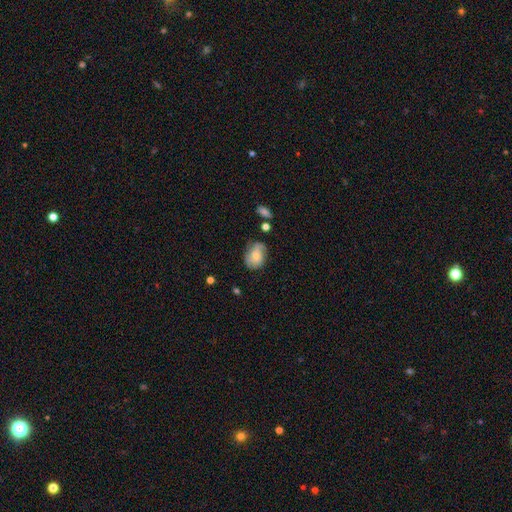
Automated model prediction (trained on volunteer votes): Smooth or featured? Predicted: smooth (p=0.52). How rounded? Predicted: in between (p=0.63). Merging? Predicted: none (p=0.59).